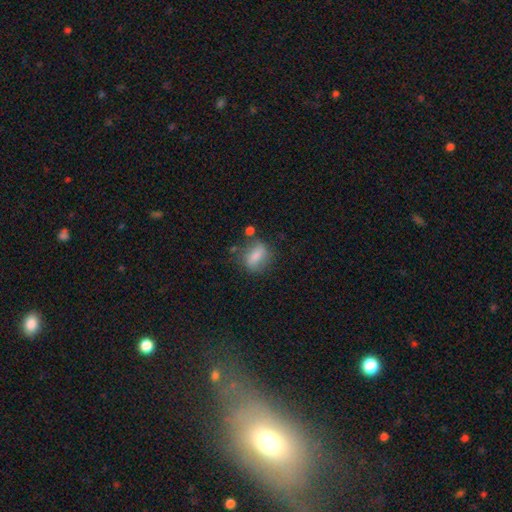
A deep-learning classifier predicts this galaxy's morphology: A smooth galaxy with no disk features (68%) that is in between round and cigar-shaped (66%). Merging: none (61%).